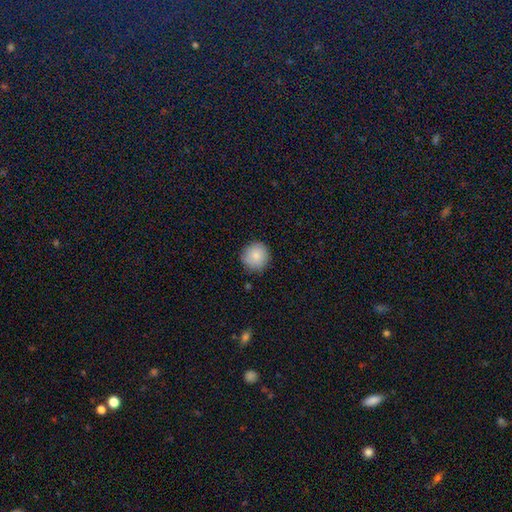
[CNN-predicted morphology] smooth_or_featured: smooth (p=0.85) [alt: star or artifact p=0.08]
how_rounded: round (p=0.93) [alt: in between p=0.06]
merging: none (p=0.87) [alt: minor disturbance p=0.10]